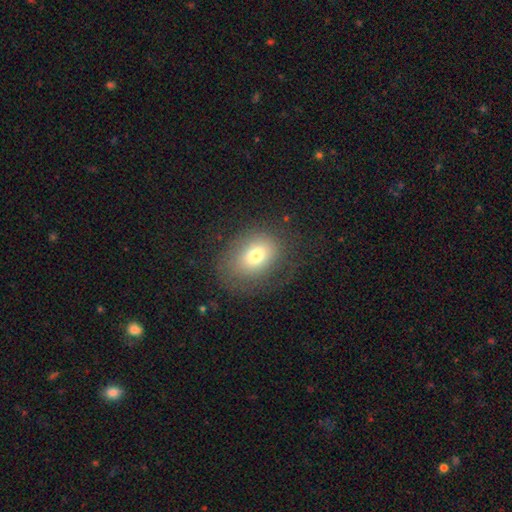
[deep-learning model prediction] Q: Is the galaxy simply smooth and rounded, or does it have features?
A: smooth — 72%.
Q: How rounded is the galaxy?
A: in between — 64%.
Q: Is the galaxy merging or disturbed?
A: none — 69%.